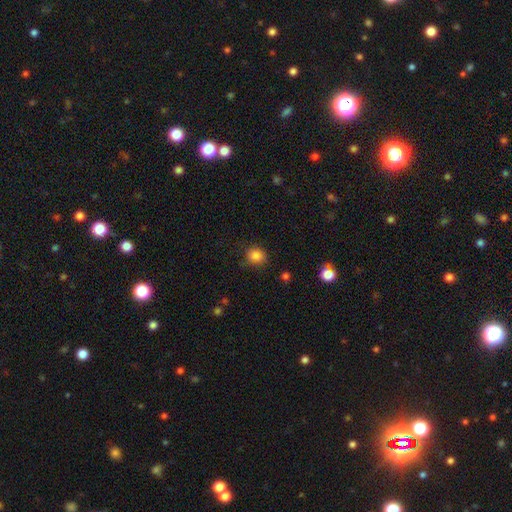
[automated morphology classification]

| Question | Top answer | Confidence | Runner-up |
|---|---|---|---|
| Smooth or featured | smooth | 85% | star or artifact (11%) |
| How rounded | round | 77% | in between (22%) |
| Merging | none | 83% | minor disturbance (12%) |